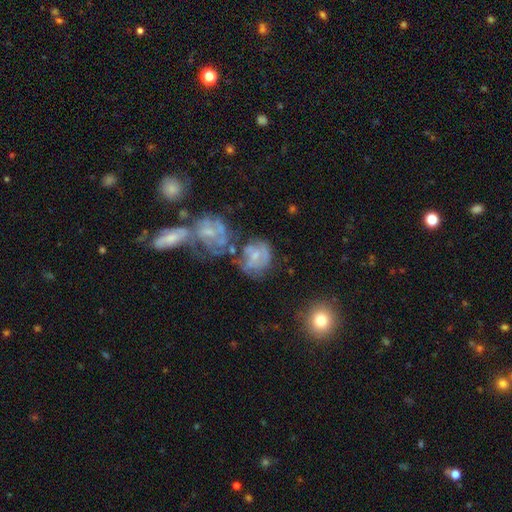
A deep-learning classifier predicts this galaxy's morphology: Smooth or featured?
  - featured or disk: 61% *
  - smooth: 29%
  - star or artifact: 10%
Edge-on disk?
  - no: 97% *
  - yes: 3%
Bar?
  - no: 67% *
  - weak: 26%
  - strong: 7%
Spiral arms?
  - yes: 51% *
  - no: 49%
Bulge size?
  - moderate: 37% *
  - small: 34%
  - none: 24%
  - large: 3%
  - dominant: 2%
Merging?
  - merger: 37% *
  - none: 29%
  - major disturbance: 18%
  - minor disturbance: 16%